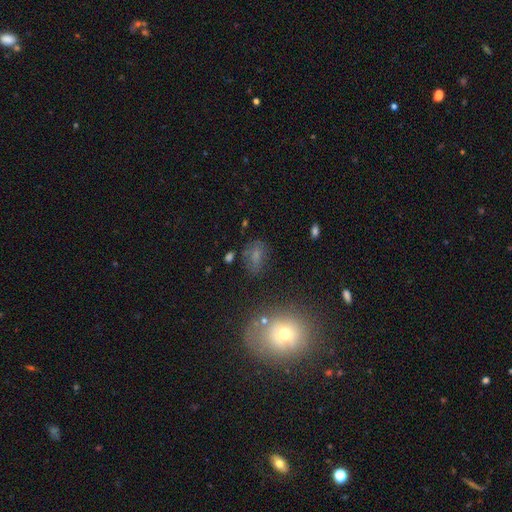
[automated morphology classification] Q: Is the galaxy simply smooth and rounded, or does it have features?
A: smooth — 57%.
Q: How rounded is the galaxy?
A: in between — 76%.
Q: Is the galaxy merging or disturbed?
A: none — 59%.